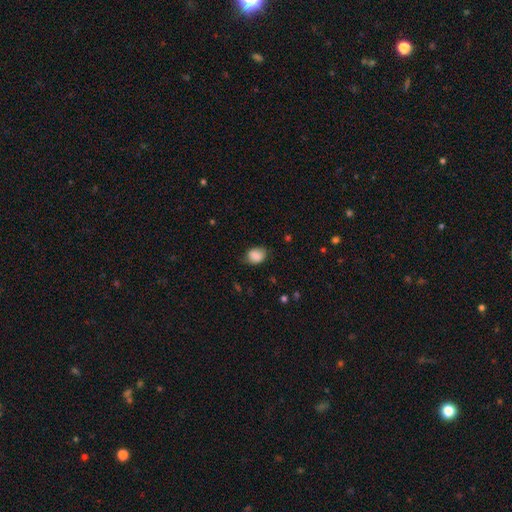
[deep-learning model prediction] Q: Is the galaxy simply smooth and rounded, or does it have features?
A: smooth — 86%.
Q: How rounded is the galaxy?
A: in between — 62%.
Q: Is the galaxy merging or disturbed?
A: none — 68%.